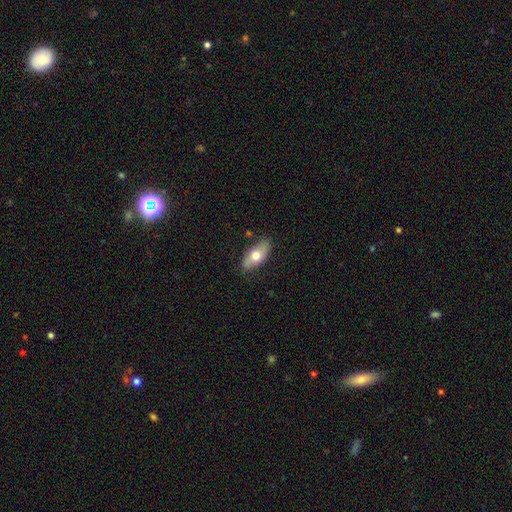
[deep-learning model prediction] This appears to be a smooth galaxy with no disk features (66%) that is in between round and cigar-shaped (86%). Merging: none (81%).